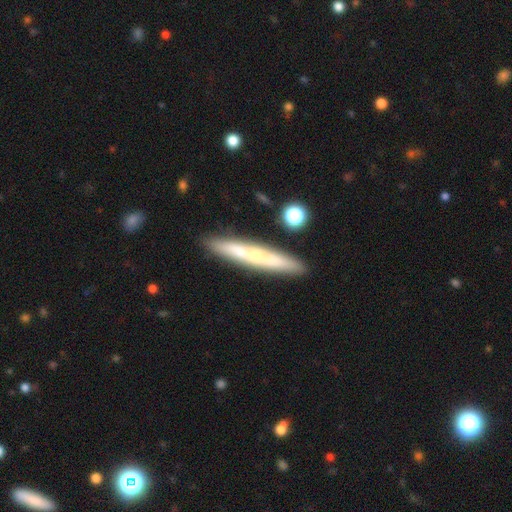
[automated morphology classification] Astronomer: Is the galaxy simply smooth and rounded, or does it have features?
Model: featured or disk — 51% (runner-up: smooth, 42%).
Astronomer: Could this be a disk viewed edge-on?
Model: yes — 88%.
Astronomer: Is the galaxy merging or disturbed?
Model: none — 83%.